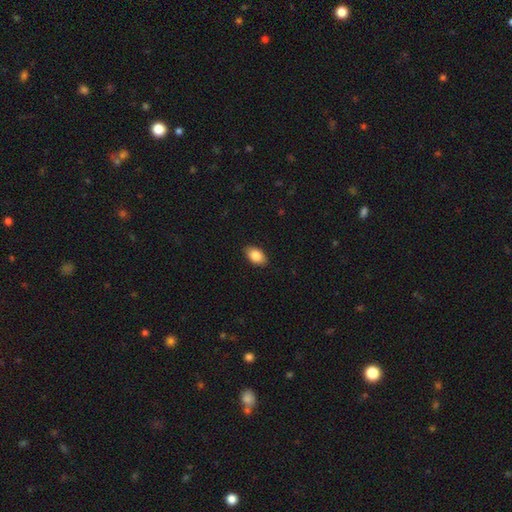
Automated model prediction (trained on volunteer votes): Smooth or featured? Predicted: smooth (p=0.85). How rounded? Predicted: in between (p=0.91). Merging? Predicted: none (p=0.89).